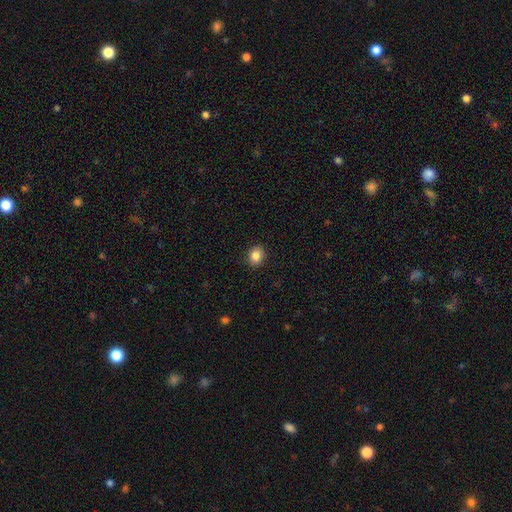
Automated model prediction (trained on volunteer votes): smooth-or-featured: smooth: 85% | star or artifact: 9% | featured or disk: 5%
  how-rounded: round: 54% | in between: 45% | cigar-shaped: 1%
  merging: none: 91% | minor disturbance: 7% | major disturbance: 2% | merger: 1%